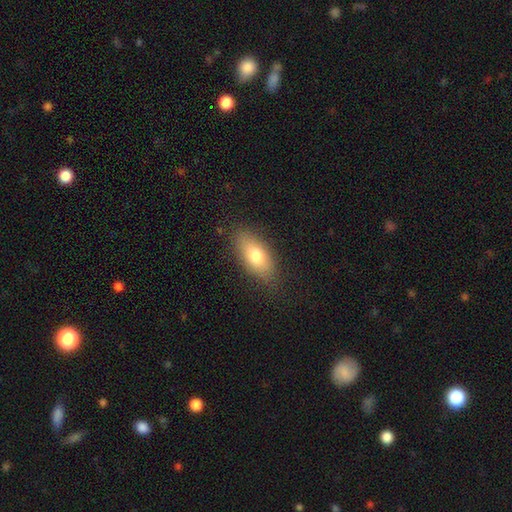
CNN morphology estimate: A smooth galaxy with no disk features (76%) that is in between round and cigar-shaped (84%). Merging: none (82%).